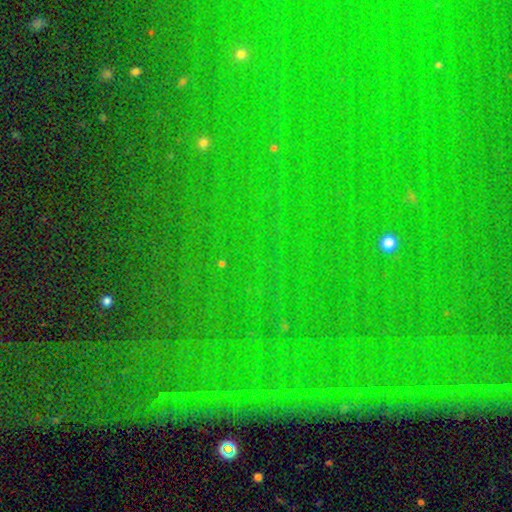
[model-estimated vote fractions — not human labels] A star or artifact, not a galaxy (84%).